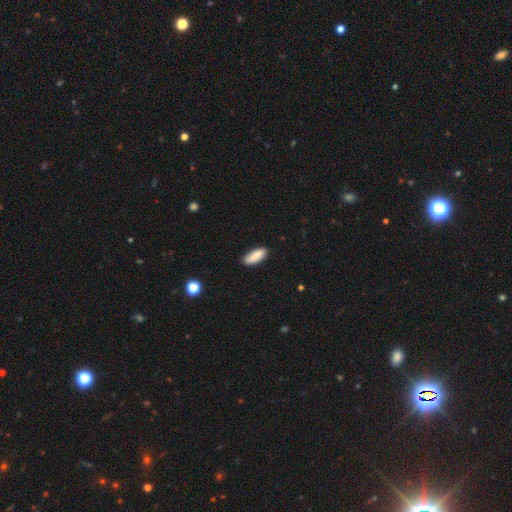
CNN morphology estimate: The model was most divided on "how rounded": in between: 71%, cigar-shaped: 27%, round: 2%. More confident: smooth or featured — smooth (88%); merging — none (86%).